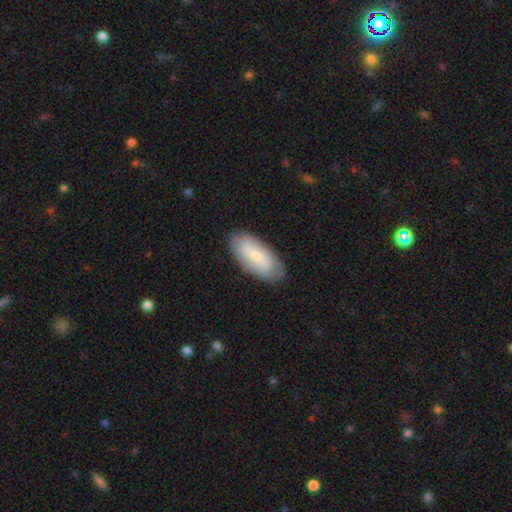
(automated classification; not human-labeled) Smooth or featured: smooth — 58% (featured or disk — 36%)
How rounded: in between — 89% (cigar-shaped — 9%)
Merging: none — 81% (minor disturbance — 14%)